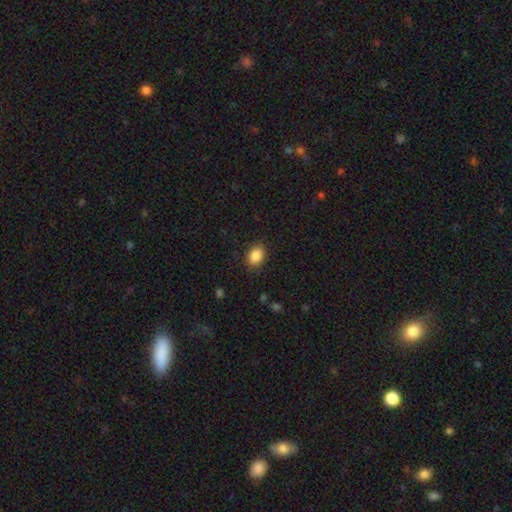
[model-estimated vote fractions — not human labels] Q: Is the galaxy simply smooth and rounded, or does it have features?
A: smooth — 88%.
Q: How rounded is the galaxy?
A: in between — 72%.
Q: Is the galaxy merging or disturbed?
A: none — 85%.